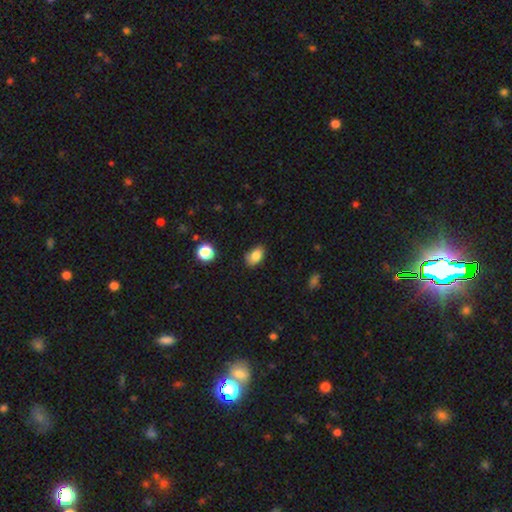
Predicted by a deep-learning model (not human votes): Smooth or featured: smooth — 84% (star or artifact — 10%)
How rounded: in between — 85% (round — 14%)
Merging: none — 65% (minor disturbance — 26%)